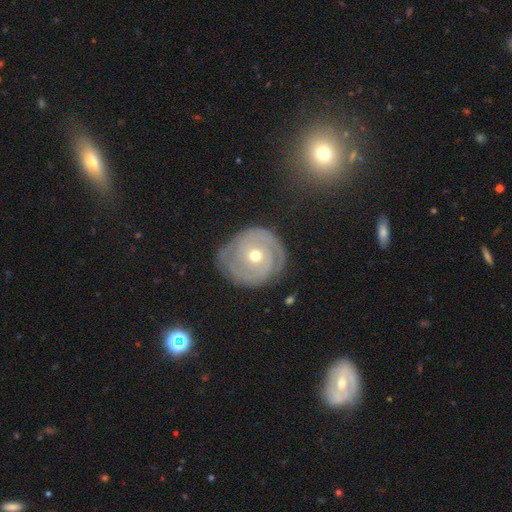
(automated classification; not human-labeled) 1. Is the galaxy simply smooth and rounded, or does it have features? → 84% featured or disk, 10% smooth, 6% star or artifact.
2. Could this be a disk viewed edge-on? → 97% no, 3% yes.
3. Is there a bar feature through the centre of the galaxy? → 79% no, 15% weak, 5% strong.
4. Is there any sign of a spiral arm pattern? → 93% yes, 7% no.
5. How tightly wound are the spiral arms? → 81% tight, 15% medium, 4% loose.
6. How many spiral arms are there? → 49% 2, 21% can't tell, 15% 3, 6% 1, 5% 4, 4% more than 4.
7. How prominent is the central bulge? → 58% moderate, 38% small, 2% large, 1% dominant, 1% none.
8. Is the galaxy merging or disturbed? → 77% none, 16% minor disturbance, 5% major disturbance, 2% merger.